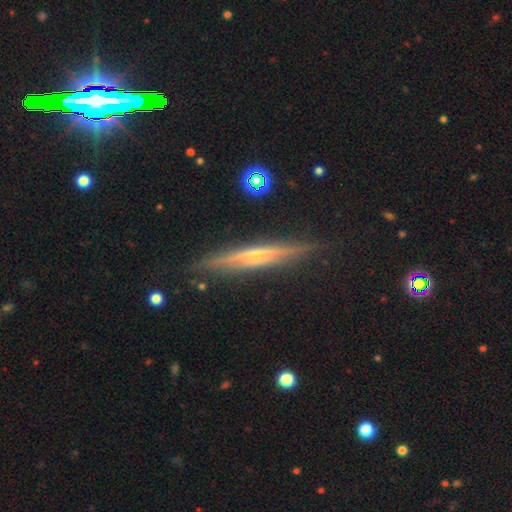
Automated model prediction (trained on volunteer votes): Smooth or featured: featured or disk — 67% (smooth — 26%)
Edge-on disk: yes — 95% (no — 5%)
Edge-on bulge: rounded — 61% (none — 33%)
Merging: none — 87% (minor disturbance — 10%)